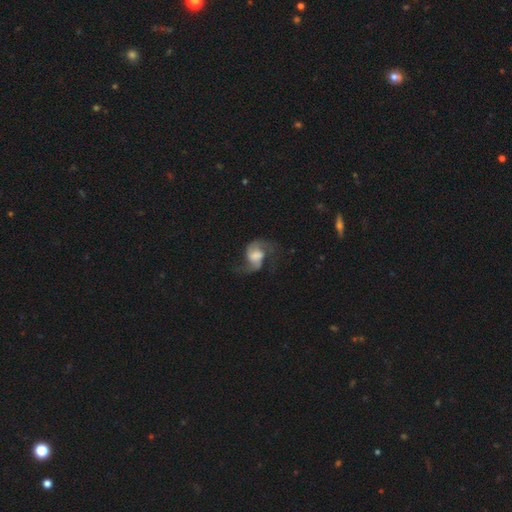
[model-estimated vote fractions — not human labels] A featured or disk galaxy (79%) with a weak bar (44%), 2 (90%) loose (61%) spiral arms (94%) and a large central bulge (30%). Merging: none (59%).